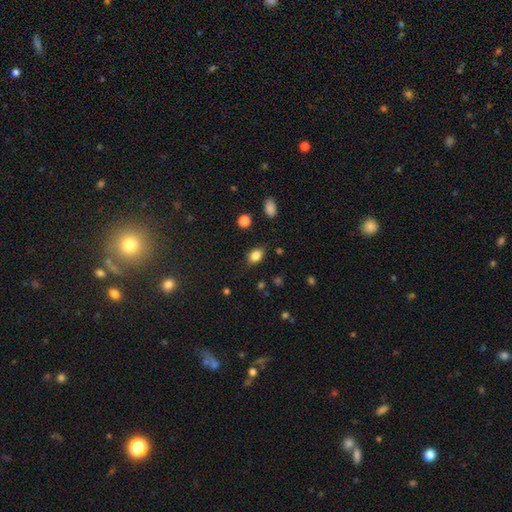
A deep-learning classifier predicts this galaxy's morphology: This appears to be a smooth galaxy with no disk features (84%) that is in between round and cigar-shaped (77%). Merging: none (82%).